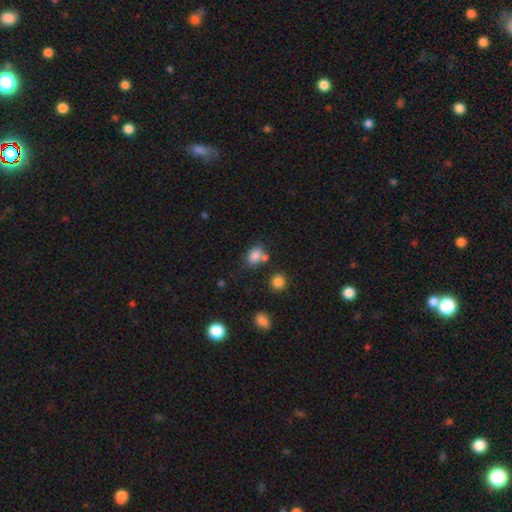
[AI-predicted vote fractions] smooth_or_featured: smooth (p=0.81) [alt: star or artifact p=0.12]
how_rounded: in between (p=0.75) [alt: round p=0.23]
merging: none (p=0.49) [alt: merger p=0.25]